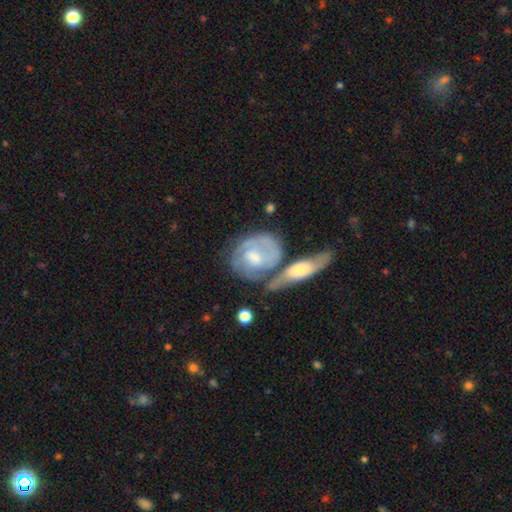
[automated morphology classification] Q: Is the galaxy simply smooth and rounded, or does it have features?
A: featured or disk — 70%.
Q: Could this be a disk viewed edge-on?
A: no — 93%.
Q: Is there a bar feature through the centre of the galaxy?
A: no — 45%.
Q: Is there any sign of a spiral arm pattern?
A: yes — 81%.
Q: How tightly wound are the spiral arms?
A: tight — 57%.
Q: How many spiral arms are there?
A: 2 — 42%.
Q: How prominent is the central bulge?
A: moderate — 48%.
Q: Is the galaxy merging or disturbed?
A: none — 40%.